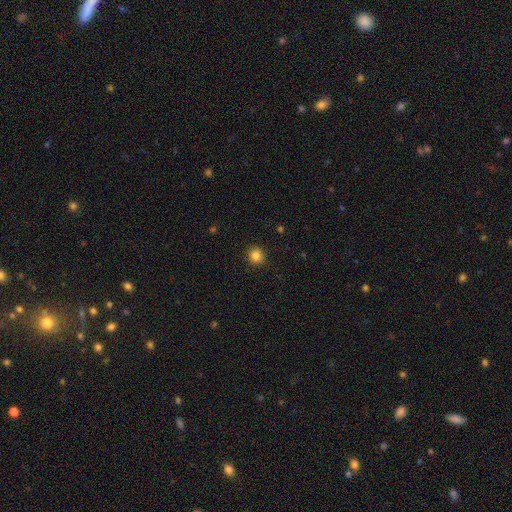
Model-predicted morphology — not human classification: The model was most divided on "smooth or featured": smooth: 84%, star or artifact: 11%, featured or disk: 4%. More confident: merging — none (92%); how rounded — round (91%).